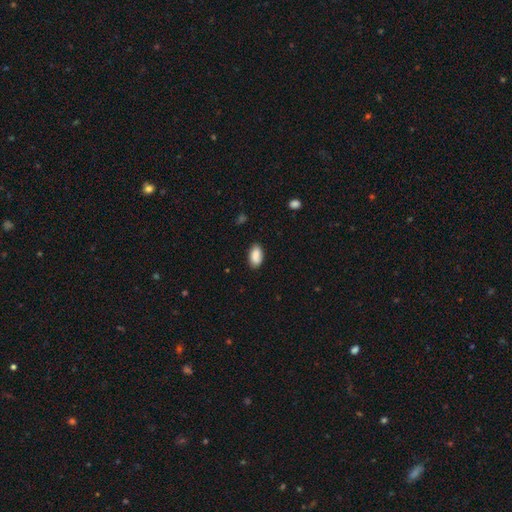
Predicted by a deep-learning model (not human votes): Smooth or featured?
  - smooth: 86% *
  - star or artifact: 7%
  - featured or disk: 6%
How rounded?
  - in between: 94% *
  - round: 4%
  - cigar-shaped: 2%
Merging?
  - none: 81% *
  - minor disturbance: 15%
  - major disturbance: 3%
  - merger: 2%